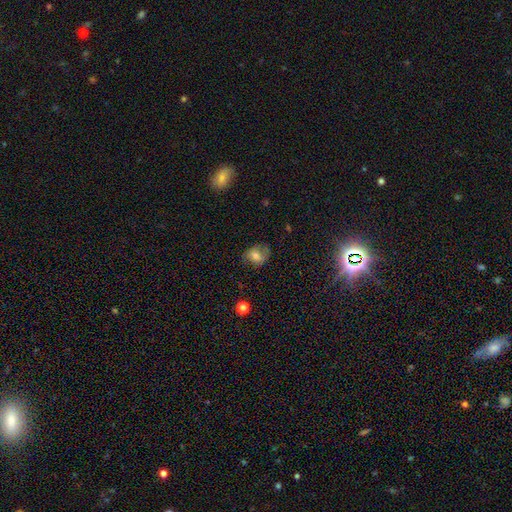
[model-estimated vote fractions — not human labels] Smooth or featured?
  - smooth: 63% *
  - featured or disk: 25%
  - star or artifact: 12%
How rounded?
  - in between: 51% *
  - round: 48%
  - cigar-shaped: 1%
Merging?
  - none: 64% *
  - minor disturbance: 25%
  - major disturbance: 10%
  - merger: 1%